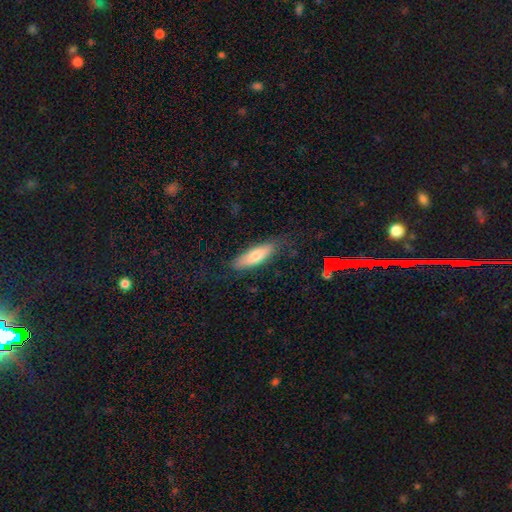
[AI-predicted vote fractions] This appears to be a smooth galaxy with no disk features (71%) that is cigar-shaped (51%). Merging: none (76%).